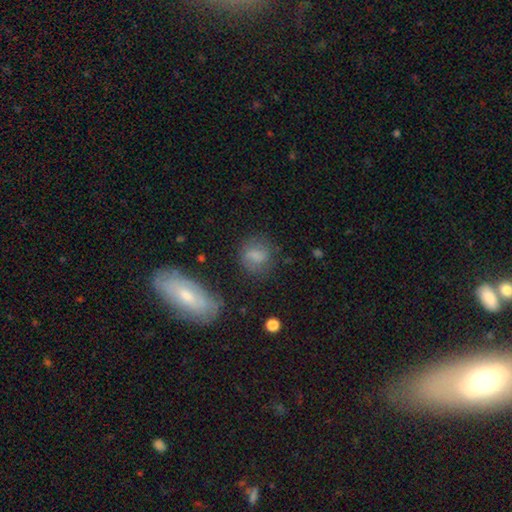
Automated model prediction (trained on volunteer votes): smooth_or_featured: smooth (p=0.68) [alt: featured or disk p=0.21]
how_rounded: round (p=0.60) [alt: in between p=0.37]
merging: none (p=0.67) [alt: minor disturbance p=0.20]